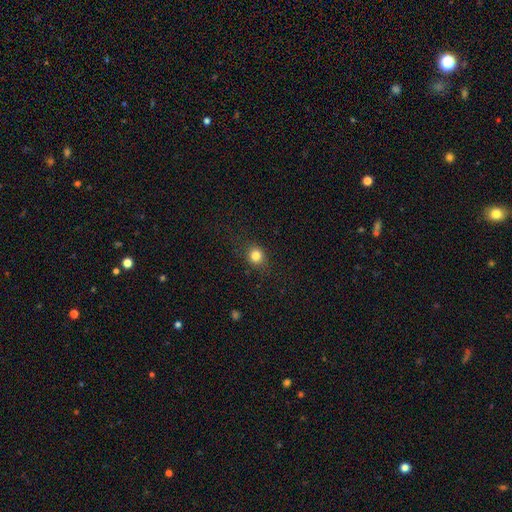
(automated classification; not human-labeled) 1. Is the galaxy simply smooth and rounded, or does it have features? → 82% smooth, 12% star or artifact, 6% featured or disk.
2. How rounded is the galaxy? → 77% round, 22% in between, 1% cigar-shaped.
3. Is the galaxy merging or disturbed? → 82% none, 12% minor disturbance, 5% major disturbance, 1% merger.